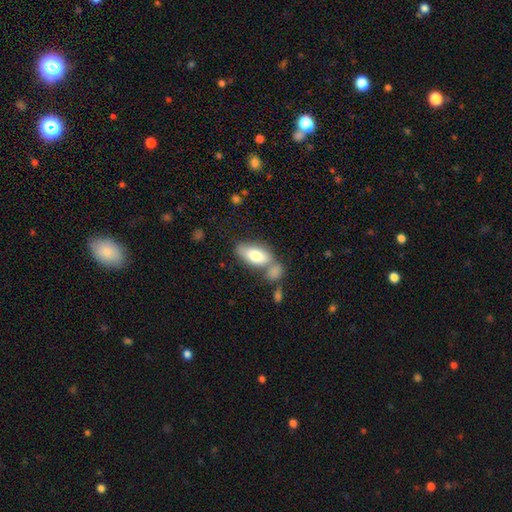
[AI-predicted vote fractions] smooth 75%, featured or disk 19%, star or artifact 6%. Down the decision tree: how rounded — in between (88%); merging — none (47%).